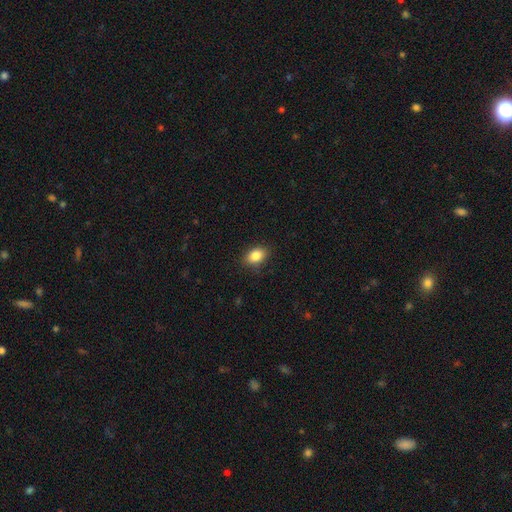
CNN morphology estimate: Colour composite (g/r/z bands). It shows a smooth galaxy with no disk features (86%) that is in between round and cigar-shaped (82%). Merging: none (86%).